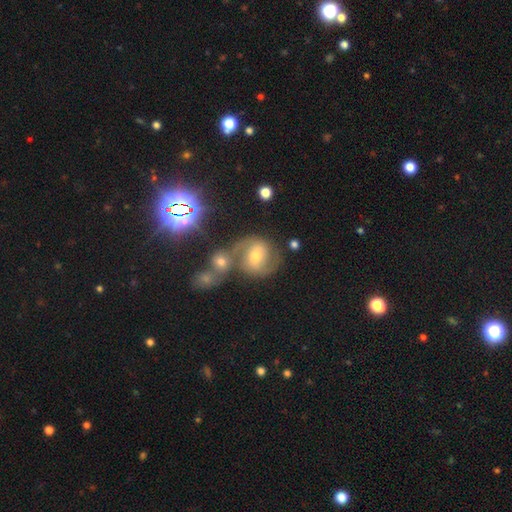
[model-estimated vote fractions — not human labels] Smooth or featured? featured or disk (63%)
Edge-on disk? no (97%)
Bar? weak (42%)
Spiral arms? yes (86%)
Spiral winding? medium (52%)
Spiral arm count? 2 (85%)
Bulge size? moderate (64%)
Merging? none (48%)